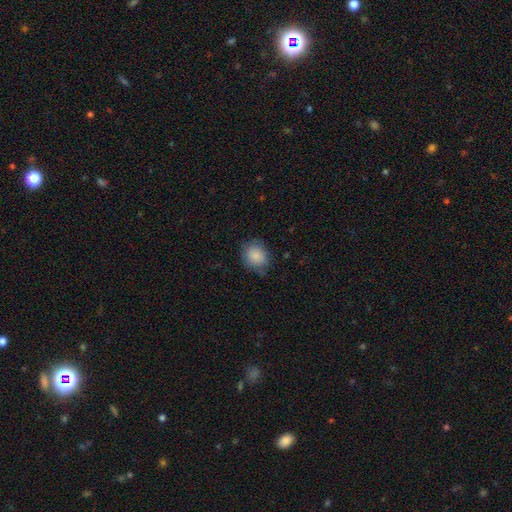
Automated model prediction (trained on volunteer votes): Smooth or featured: smooth — 87% (star or artifact — 8%)
How rounded: round — 70% (in between — 29%)
Merging: none — 72% (minor disturbance — 21%)